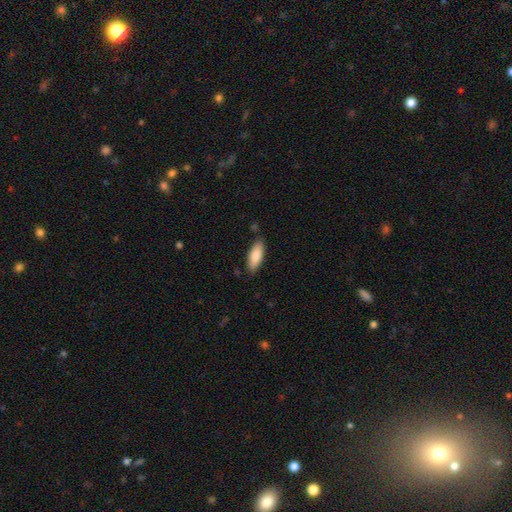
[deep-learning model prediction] This is clearly a smooth galaxy (86%). How rounded: likely in between (71%). Merging: clearly none (83%).